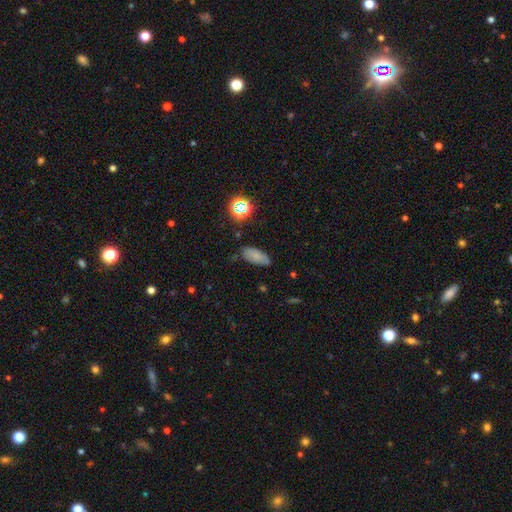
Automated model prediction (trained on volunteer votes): This is likely a smooth galaxy (71%). How rounded: clearly in between (88%). Merging: likely none (69%).